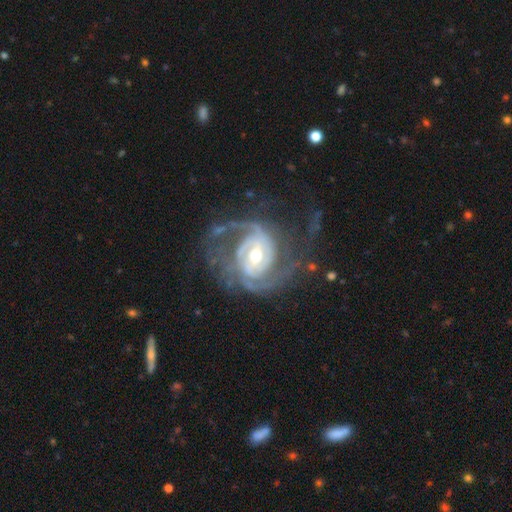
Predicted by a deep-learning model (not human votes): This appears to be a featured or disk galaxy (92%) with a weak bar (42%), 2 (50%) tight (49%) spiral arms (98%) and a moderate central bulge (58%). Merging: none (59%).